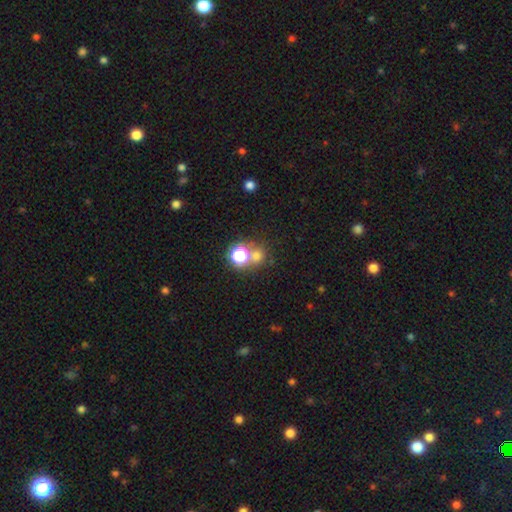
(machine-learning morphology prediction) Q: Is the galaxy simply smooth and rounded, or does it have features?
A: smooth — 61%.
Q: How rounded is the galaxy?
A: round — 87%.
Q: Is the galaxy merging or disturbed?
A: none — 63%.